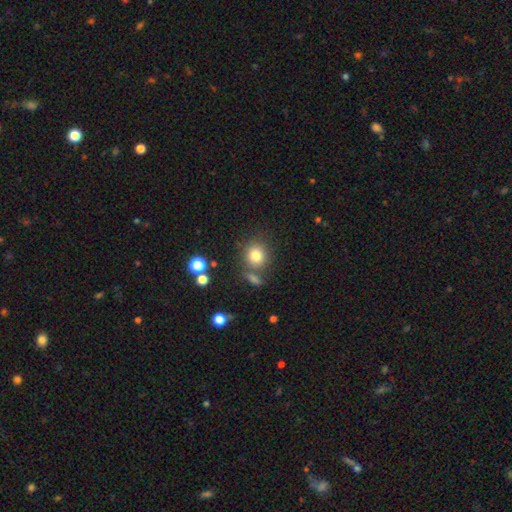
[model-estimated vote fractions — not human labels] Smooth or featured? Predicted: smooth (p=0.80). How rounded? Predicted: round (p=0.85). Merging? Predicted: none (p=0.71).